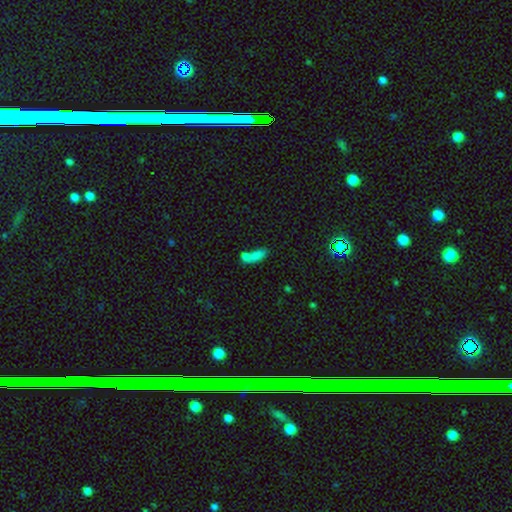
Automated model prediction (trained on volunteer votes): A smooth galaxy with no disk features (75%) that is in between round and cigar-shaped (68%). Merging: merger (48%).